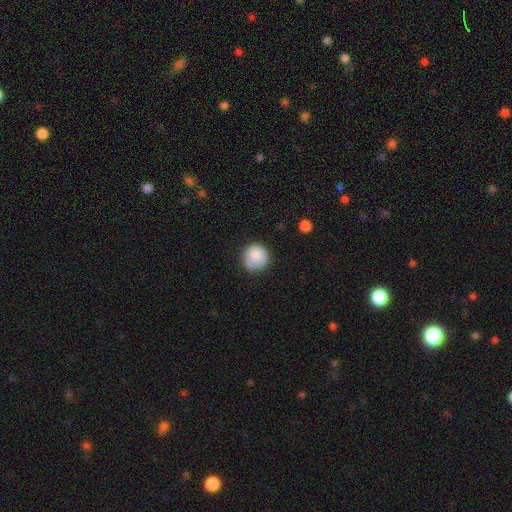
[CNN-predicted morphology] smooth_or_featured: smooth (p=0.82) [alt: featured or disk p=0.10]
how_rounded: round (p=0.91) [alt: in between p=0.08]
merging: none (p=0.69) [alt: minor disturbance p=0.22]